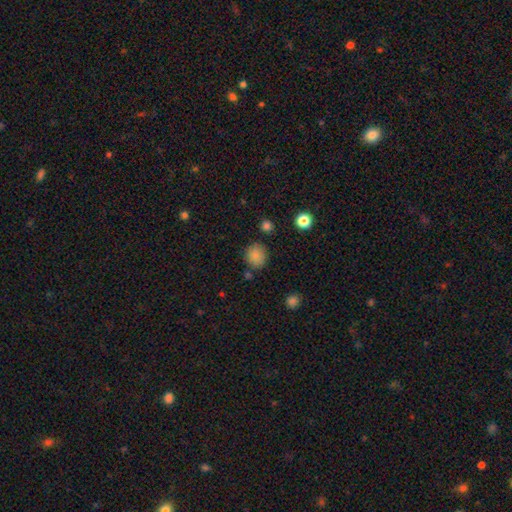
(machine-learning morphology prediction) A smooth galaxy with no disk features (84%) that is round (81%).

Vote fractions:
- Smooth or featured? smooth: 84% / star or artifact: 11% / featured or disk: 5%
- How rounded? round: 81% / in between: 18% / cigar-shaped: 1%
- Merging? none: 81% / minor disturbance: 11% / merger: 5% / major disturbance: 3%